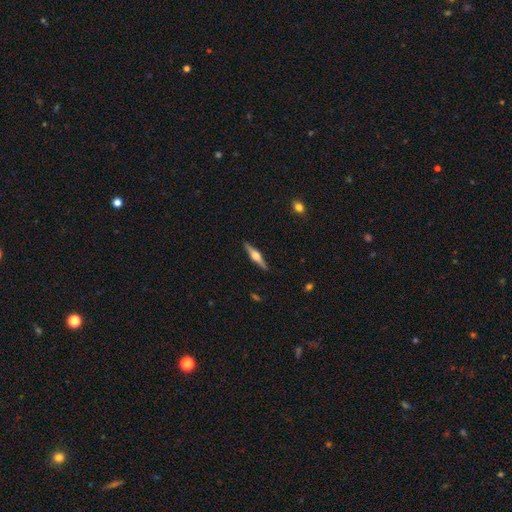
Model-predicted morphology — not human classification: This appears to be a featured or disk galaxy (77%) viewed edge-on (98%) with a rounded central bulge (94%). Merging: none (91%).